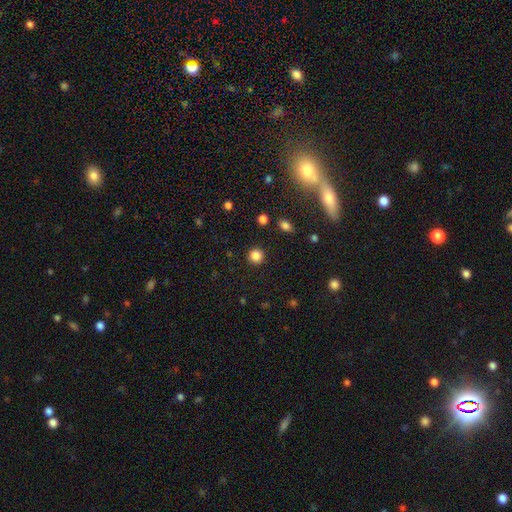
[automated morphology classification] A smooth galaxy with no disk features (85%) that is round (94%). Merging: none (92%).